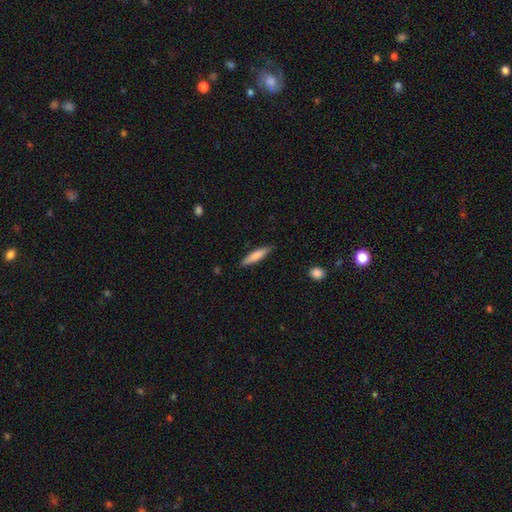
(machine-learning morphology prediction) Smooth or featured: smooth — 76% (featured or disk — 18%)
How rounded: cigar-shaped — 81% (in between — 18%)
Merging: none — 87% (minor disturbance — 10%)